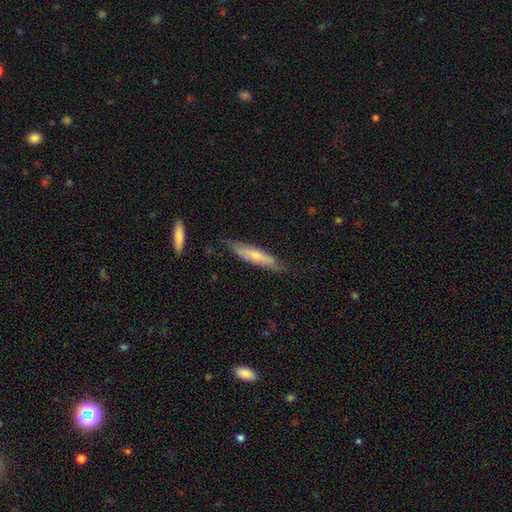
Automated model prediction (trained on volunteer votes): Smooth or featured? Predicted: smooth (p=0.50). How rounded? Predicted: cigar-shaped (p=0.76). Merging? Predicted: none (p=0.70).